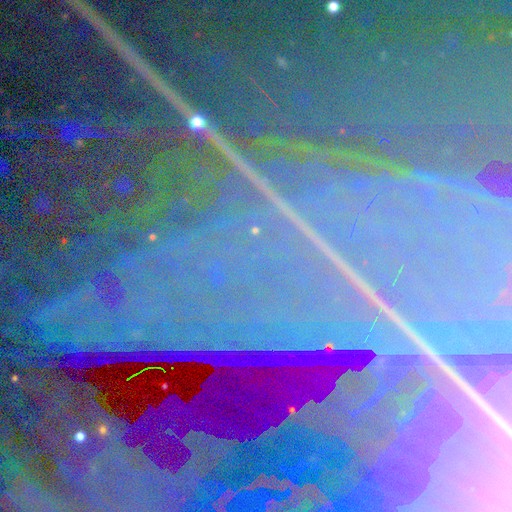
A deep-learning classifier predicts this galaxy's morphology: Q: Smooth or featured?
A: star or artifact (90%); runner-up: featured or disk (6%)